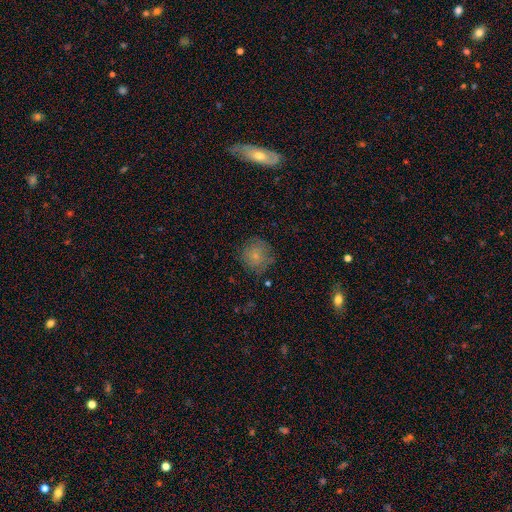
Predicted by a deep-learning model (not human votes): Smooth or featured? smooth (77%)
How rounded? round (91%)
Merging? none (76%)